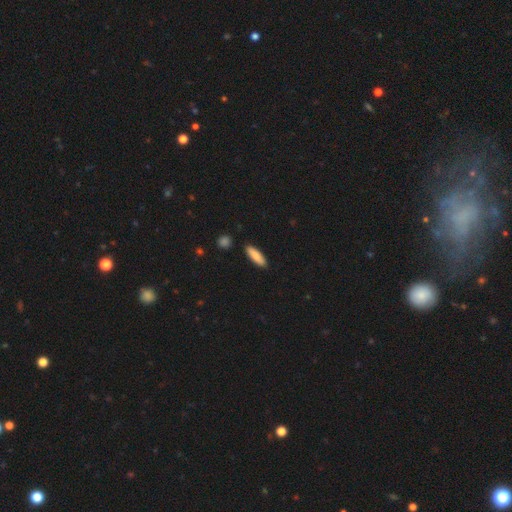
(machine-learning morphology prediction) This is clearly a smooth galaxy (83%). How rounded: possibly cigar-shaped (55%). Merging: clearly none (89%).